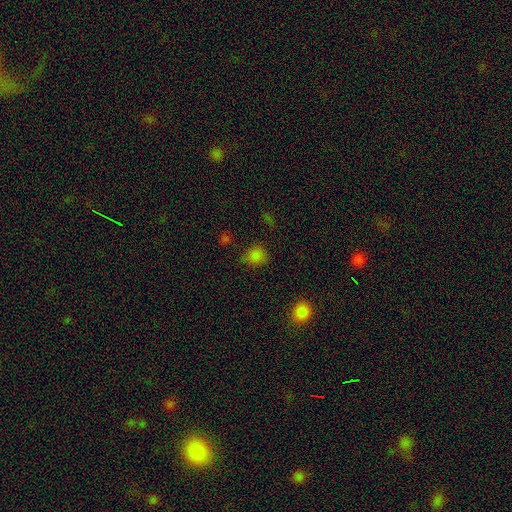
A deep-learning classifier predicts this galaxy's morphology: A smooth galaxy with no disk features (76%) that is round (79%).

Vote fractions:
- Smooth or featured? smooth: 76% / star or artifact: 20% / featured or disk: 4%
- How rounded? round: 79% / in between: 20% / cigar-shaped: 1%
- Merging? none: 74% / minor disturbance: 17% / major disturbance: 5% / merger: 5%